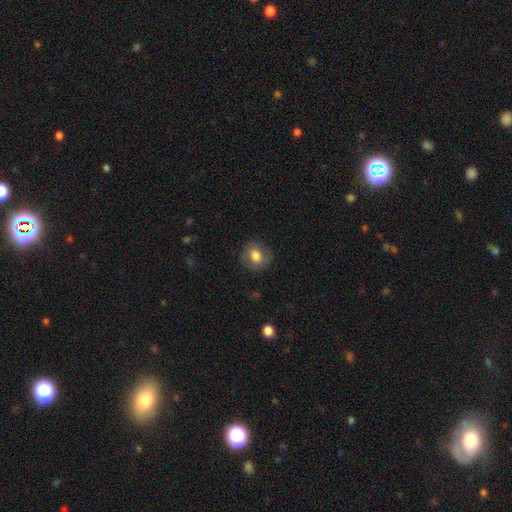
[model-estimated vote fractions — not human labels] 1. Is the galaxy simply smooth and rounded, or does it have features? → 76% smooth, 15% featured or disk, 9% star or artifact.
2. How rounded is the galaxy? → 72% round, 27% in between, 1% cigar-shaped.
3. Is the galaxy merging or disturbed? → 81% none, 13% minor disturbance, 5% major disturbance, 1% merger.